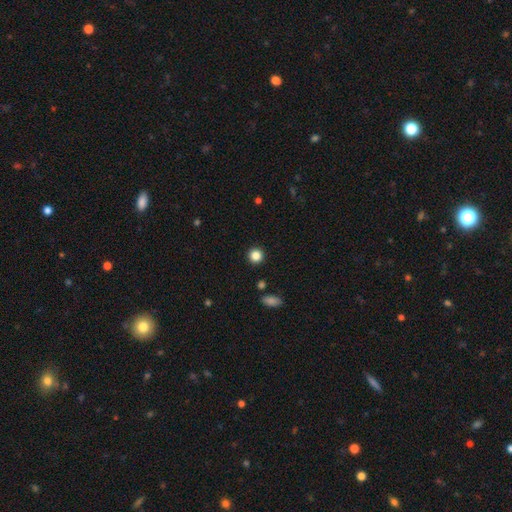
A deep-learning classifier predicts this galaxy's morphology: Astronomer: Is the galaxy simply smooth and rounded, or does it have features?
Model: smooth — 85%.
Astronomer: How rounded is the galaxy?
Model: round — 94%.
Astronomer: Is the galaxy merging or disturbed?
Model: none — 92%.